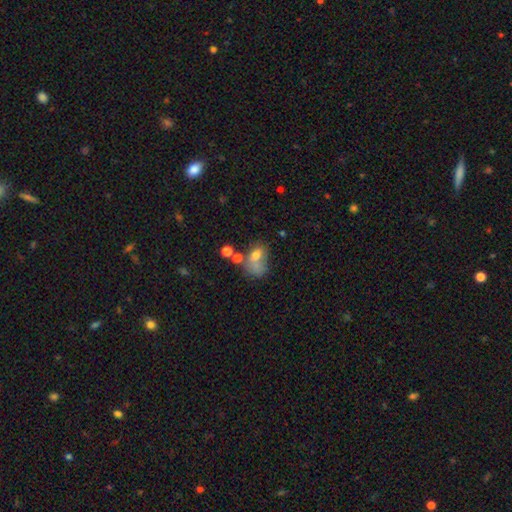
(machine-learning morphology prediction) The model was most divided on "merging": major disturbance: 29%, none: 26%, merger: 24%, minor disturbance: 21%. More confident: how rounded — in between (75%); smooth or featured — smooth (62%).